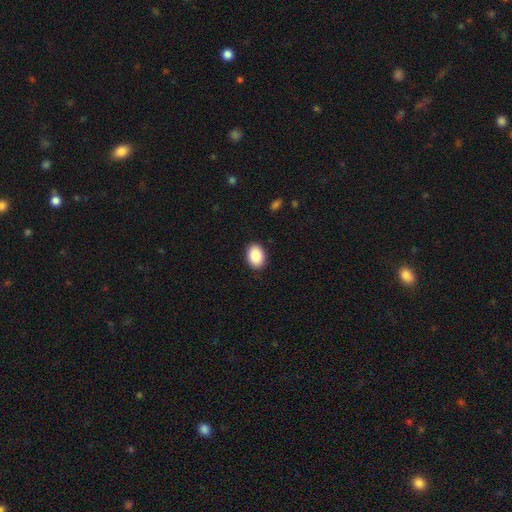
Smooth or featured? smooth (95%)
How rounded? in between (86%)
Merging? none (92%)